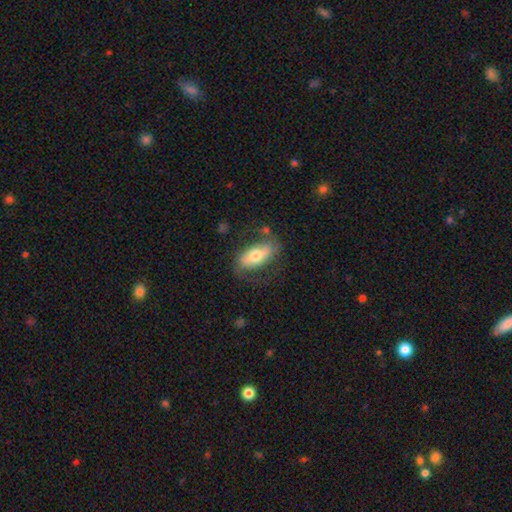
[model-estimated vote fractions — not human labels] A featured or disk galaxy (49%). Merging: none (62%).